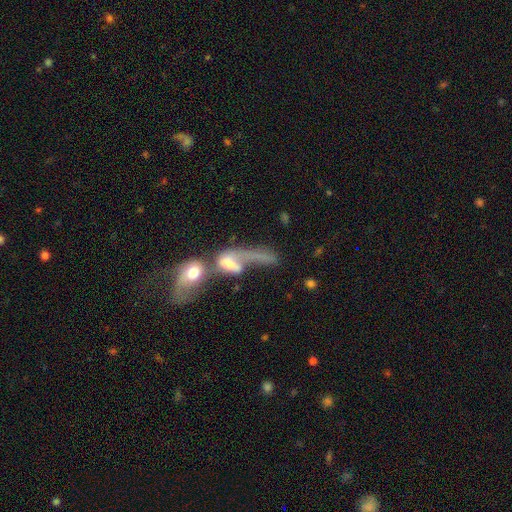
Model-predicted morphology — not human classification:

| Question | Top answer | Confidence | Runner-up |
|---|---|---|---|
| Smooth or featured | featured or disk | 50% | smooth (38%) |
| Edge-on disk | no | 83% | yes (17%) |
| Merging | merger | 73% | major disturbance (15%) |